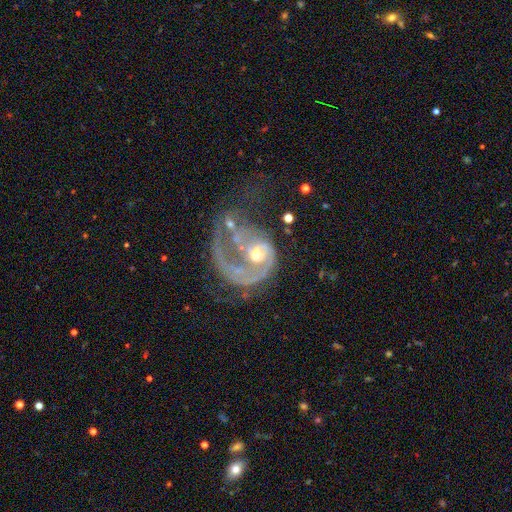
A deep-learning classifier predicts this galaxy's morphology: Overall: featured or disk (82%). Edge-on disk: no (98%). Bar: no (69%). Spiral arms: yes (78%). Spiral arm count: 1 (74%). Spiral winding: loose (38%; medium 35%). Bulge size: moderate (59%; small 28%). Merging: major disturbance (46%; none 24%).